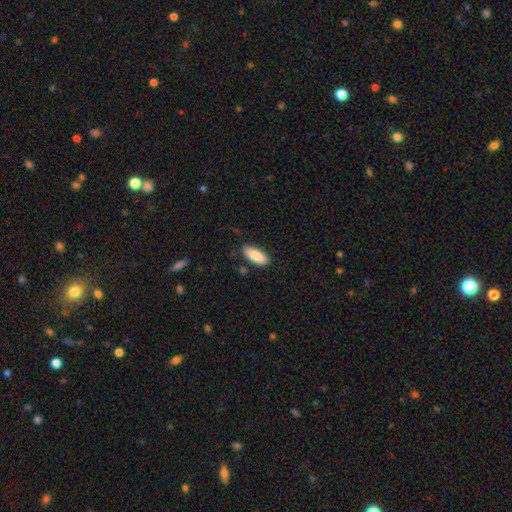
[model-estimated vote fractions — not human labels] Overall: smooth (86%). How rounded: in between (79%). Merging: none (83%).